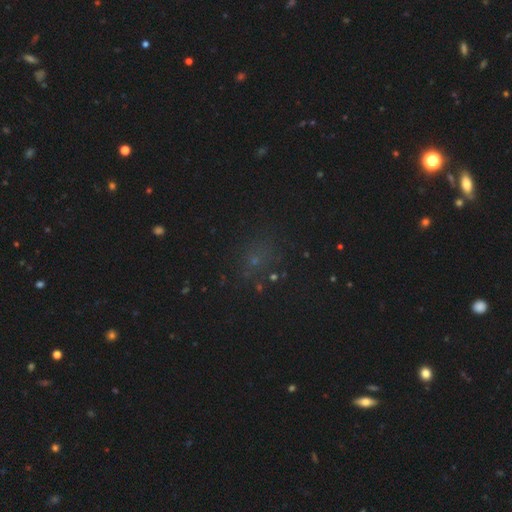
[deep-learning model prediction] smooth-or-featured: star or artifact: 48% | smooth: 41% | featured or disk: 11%